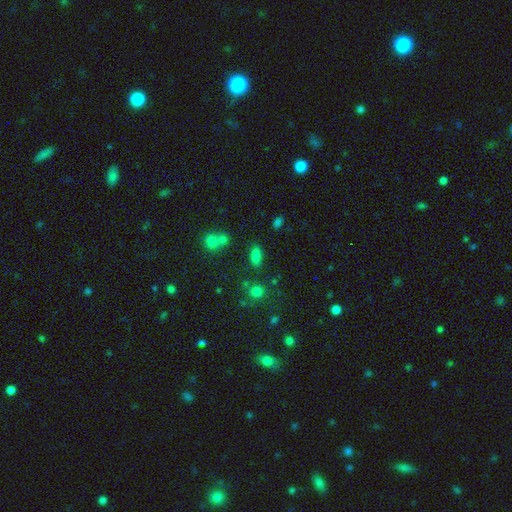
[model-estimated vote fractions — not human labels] This is likely a smooth galaxy (77%). How rounded: clearly in between (86%). Merging: likely none (73%).